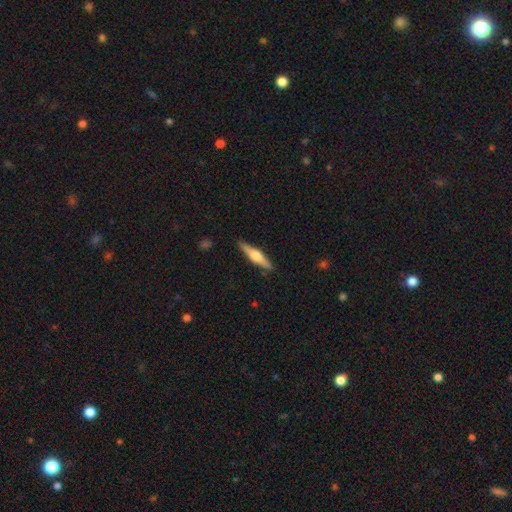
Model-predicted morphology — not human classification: A featured or disk galaxy (60%) viewed edge-on (97%) with a rounded central bulge (90%).

Vote fractions:
- Smooth or featured? featured or disk: 60% / smooth: 35% / star or artifact: 5%
- Edge-on disk? yes: 97% / no: 3%
- Edge-on bulge? rounded: 90% / boxy: 7% / none: 3%
- Merging? none: 88% / minor disturbance: 9% / major disturbance: 2% / merger: 1%